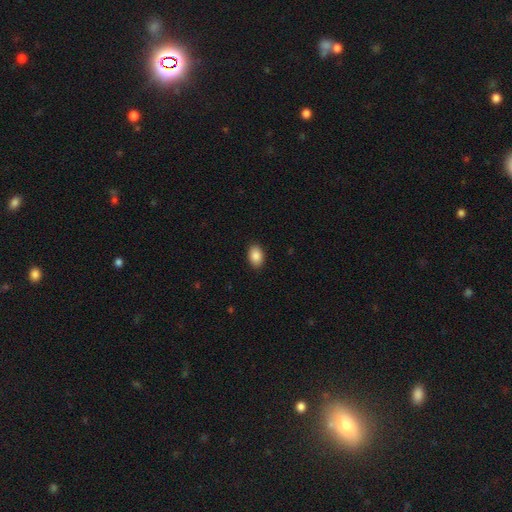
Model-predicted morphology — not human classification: Smooth or featured?
  - smooth: 89% *
  - star or artifact: 7%
  - featured or disk: 4%
How rounded?
  - in between: 87% *
  - round: 12%
  - cigar-shaped: 1%
Merging?
  - none: 90% *
  - minor disturbance: 8%
  - major disturbance: 2%
  - merger: 1%